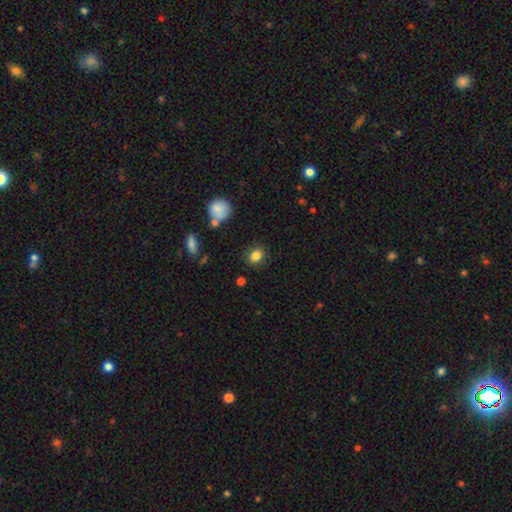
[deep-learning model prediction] A smooth galaxy with no disk features (83%) that is round (55%). Merging: none (85%).